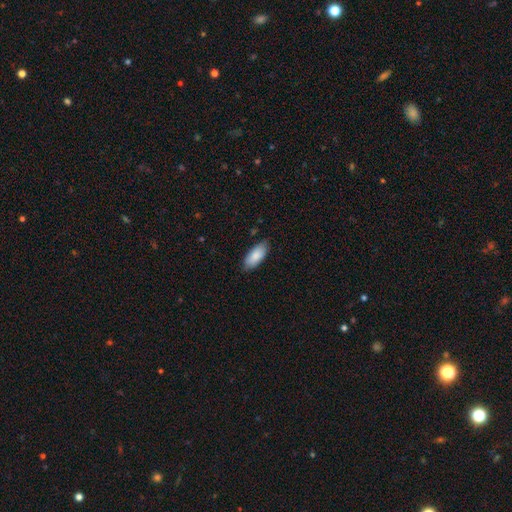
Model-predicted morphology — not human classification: Smooth or featured: smooth — 86% (featured or disk — 8%)
How rounded: in between — 86% (cigar-shaped — 12%)
Merging: none — 80% (minor disturbance — 16%)